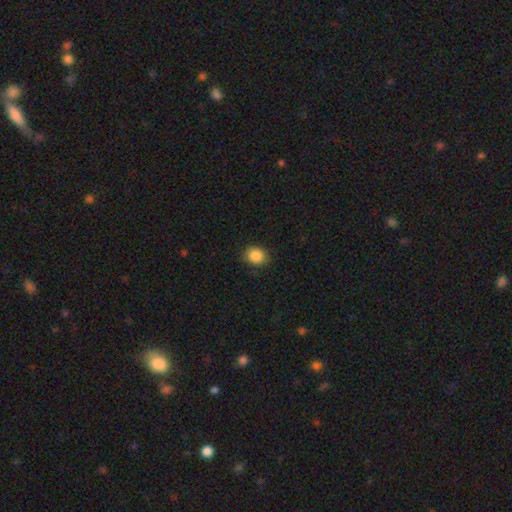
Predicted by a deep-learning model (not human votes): A smooth galaxy with no disk features (87%) that is round (62%). Merging: none (85%).